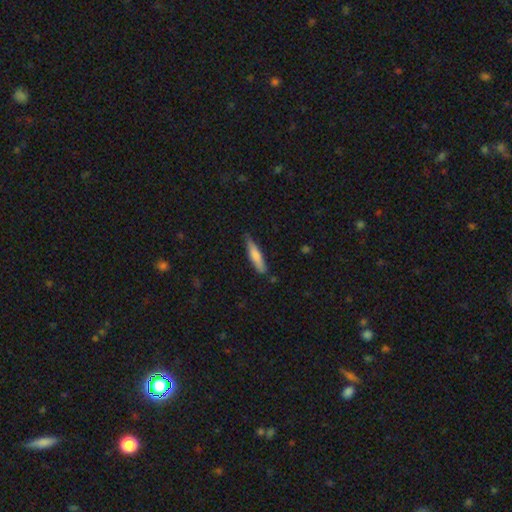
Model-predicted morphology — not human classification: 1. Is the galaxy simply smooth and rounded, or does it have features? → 74% smooth, 21% featured or disk, 6% star or artifact.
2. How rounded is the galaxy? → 82% cigar-shaped, 16% in between, 1% round.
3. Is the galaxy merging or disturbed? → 77% none, 18% minor disturbance, 3% major disturbance, 2% merger.